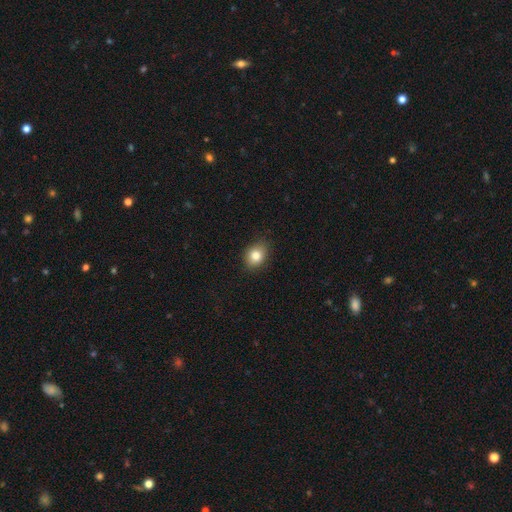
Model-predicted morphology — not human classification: A smooth galaxy with no disk features (83%) that is in between round and cigar-shaped (58%). Merging: none (85%).